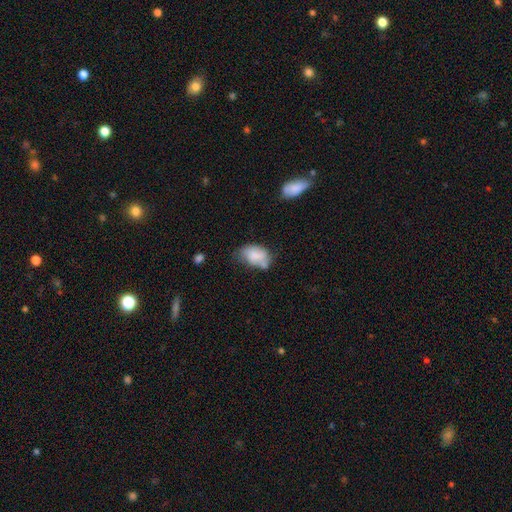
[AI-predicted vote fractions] Overall: smooth (72%). How rounded: in between (88%). Merging: minor disturbance (38%; none 36%).